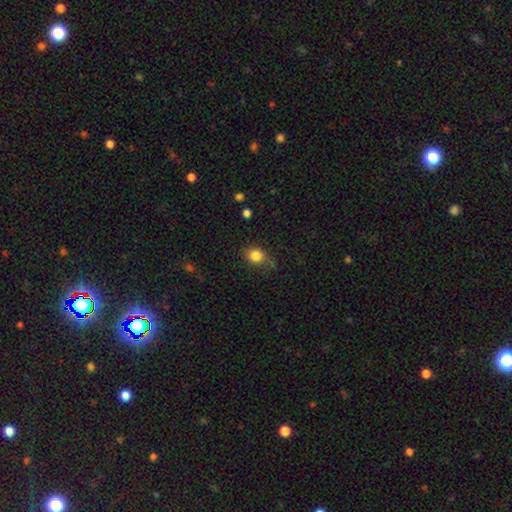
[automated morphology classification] Overall: smooth (83%). How rounded: round (64%; in between 34%). Merging: none (70%).